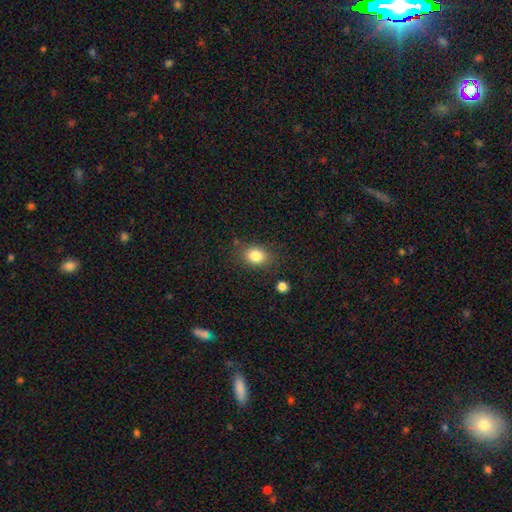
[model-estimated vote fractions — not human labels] Overall: smooth (83%). How rounded: in between (61%; round 37%). Merging: none (79%).